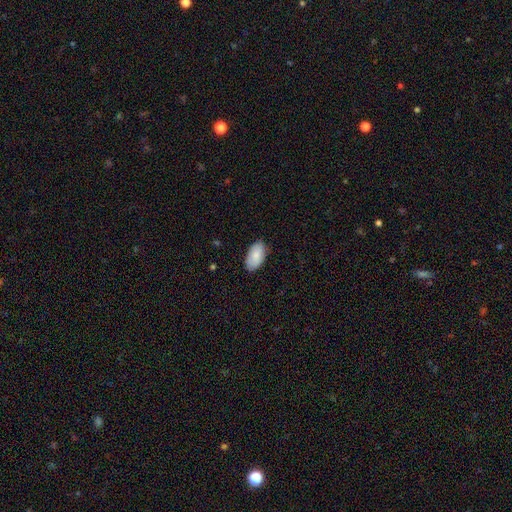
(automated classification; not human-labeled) Smooth or featured? smooth (85%)
How rounded? in between (95%)
Merging? none (82%)